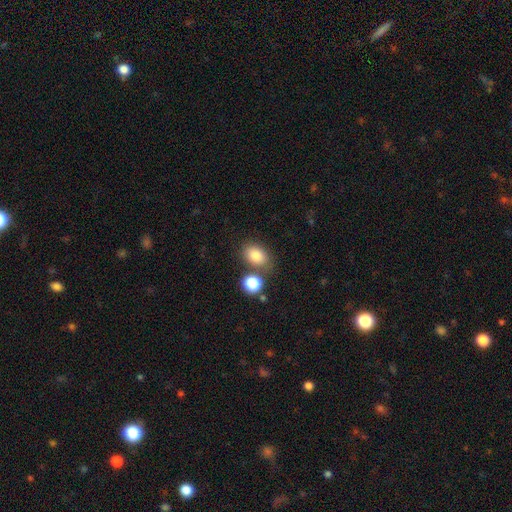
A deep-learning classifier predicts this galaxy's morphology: The model was most divided on "how rounded": in between: 76%, round: 23%, cigar-shaped: 1%. More confident: smooth or featured — smooth (82%); merging — none (70%).